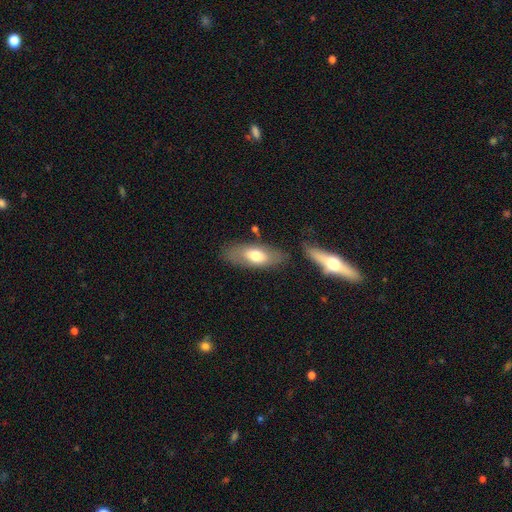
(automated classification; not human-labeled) A smooth galaxy with no disk features (64%) that is in between round and cigar-shaped (81%).

Vote fractions:
- Smooth or featured? smooth: 64% / featured or disk: 30% / star or artifact: 6%
- How rounded? in between: 81% / cigar-shaped: 16% / round: 3%
- Merging? none: 74% / minor disturbance: 16% / merger: 5% / major disturbance: 5%